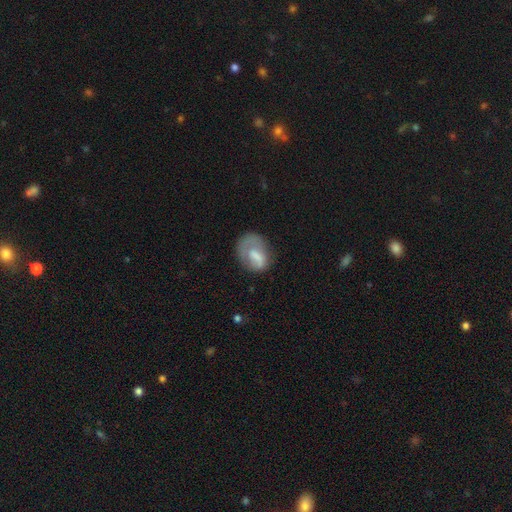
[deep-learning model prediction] Smooth or featured?
  - smooth: 57% *
  - featured or disk: 35%
  - star or artifact: 8%
How rounded?
  - in between: 61% *
  - round: 37%
  - cigar-shaped: 2%
Merging?
  - none: 45% *
  - major disturbance: 27%
  - minor disturbance: 25%
  - merger: 3%